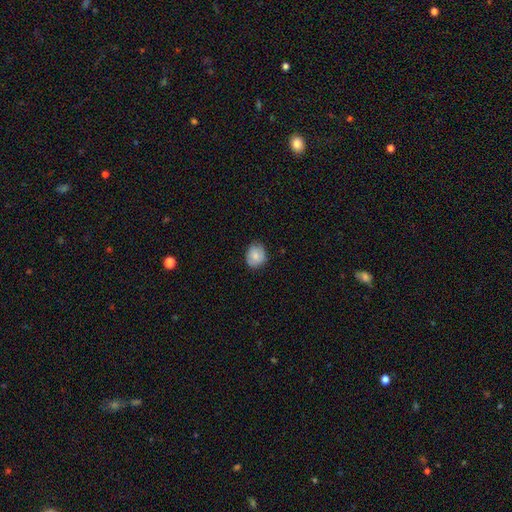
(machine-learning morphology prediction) A smooth galaxy with no disk features (77%) that is round (65%). Merging: none (78%).